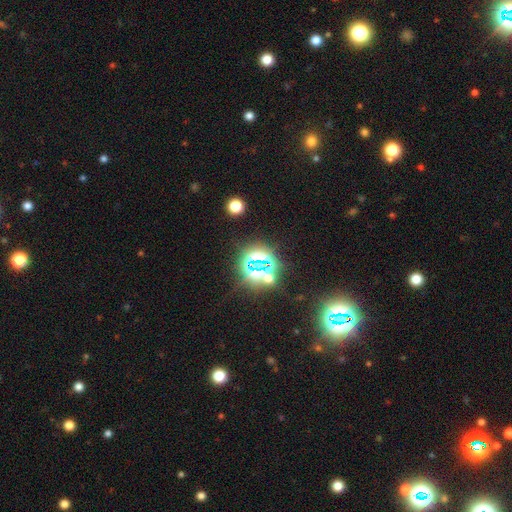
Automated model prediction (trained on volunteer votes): Morphology: type=star or artifact (75%).